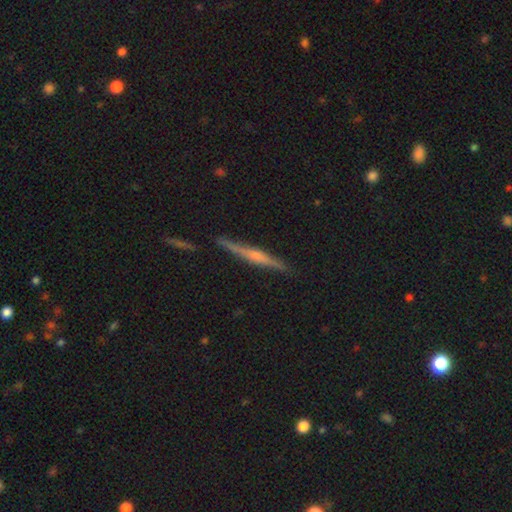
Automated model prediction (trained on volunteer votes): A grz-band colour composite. It shows a featured or disk galaxy (69%) viewed edge-on (97%) with a rounded central bulge (57%). Merging: none (86%).